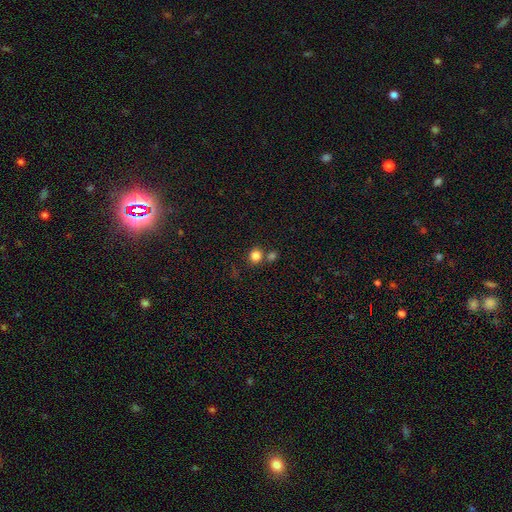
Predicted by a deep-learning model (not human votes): Smooth or featured: smooth — 83% (star or artifact — 12%)
How rounded: round — 87% (in between — 12%)
Merging: none — 68% (merger — 21%)